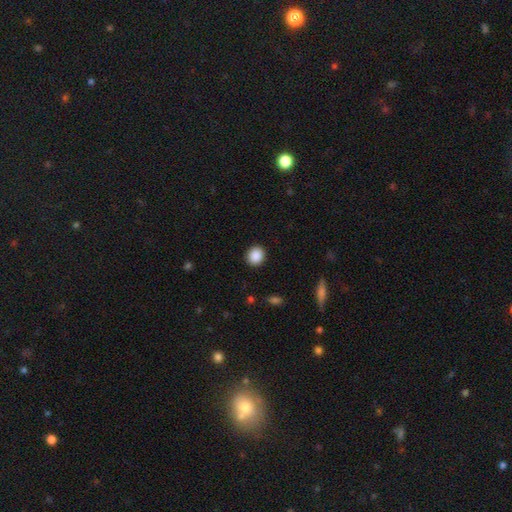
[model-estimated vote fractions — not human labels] A smooth galaxy with no disk features (89%) that is round (82%). Merging: none (91%).